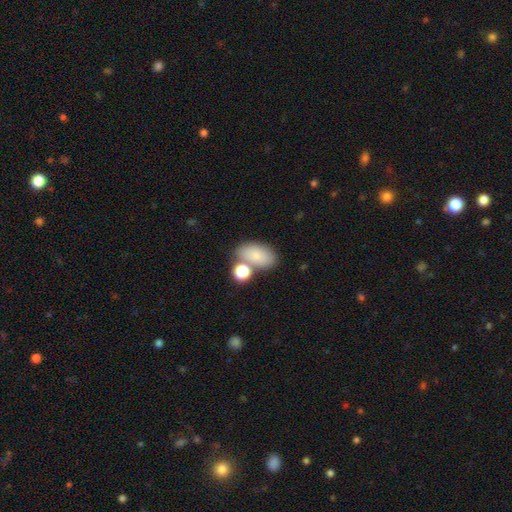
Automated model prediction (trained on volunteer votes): This is likely a smooth galaxy (78%). How rounded: clearly in between (89%). Merging: likely none (60%).